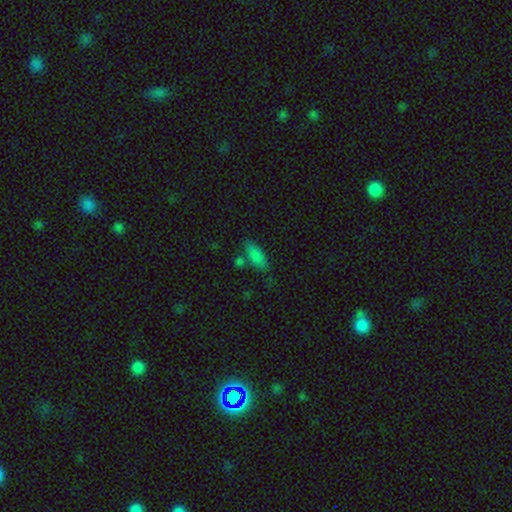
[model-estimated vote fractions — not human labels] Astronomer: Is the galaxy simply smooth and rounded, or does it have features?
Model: smooth — 82%.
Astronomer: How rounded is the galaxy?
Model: in between — 75%.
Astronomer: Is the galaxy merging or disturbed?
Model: none — 67%.